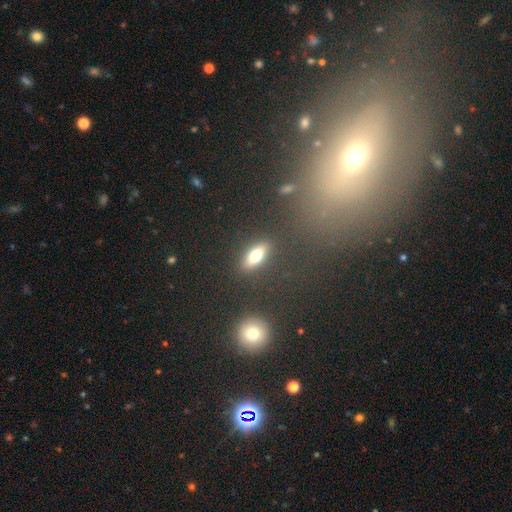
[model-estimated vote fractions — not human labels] Smooth or featured?
  - smooth: 68% *
  - featured or disk: 21%
  - star or artifact: 11%
How rounded?
  - in between: 68% *
  - cigar-shaped: 26%
  - round: 7%
Merging?
  - none: 86% *
  - minor disturbance: 9%
  - major disturbance: 3%
  - merger: 2%